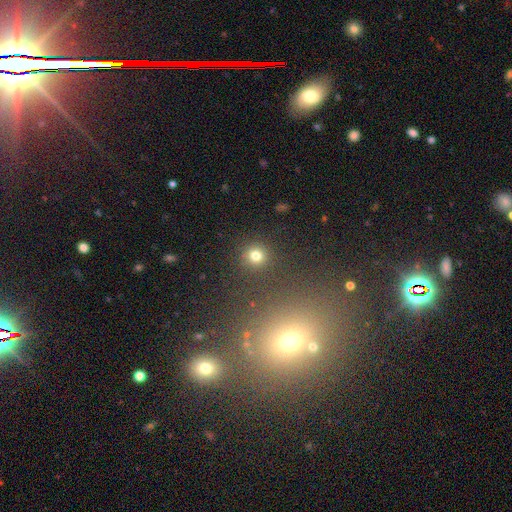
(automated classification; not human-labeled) A smooth galaxy with no disk features (77%) that is round (92%). Merging: none (89%).